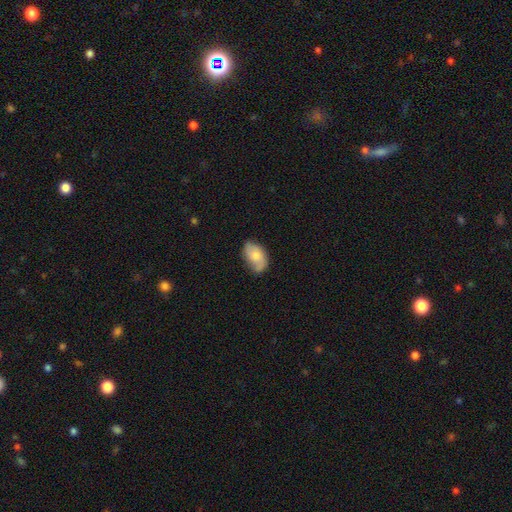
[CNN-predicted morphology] Smooth or featured?
  - smooth: 59% *
  - featured or disk: 33%
  - star or artifact: 7%
How rounded?
  - in between: 90% *
  - round: 9%
  - cigar-shaped: 2%
Merging?
  - none: 60% *
  - minor disturbance: 29%
  - major disturbance: 8%
  - merger: 3%